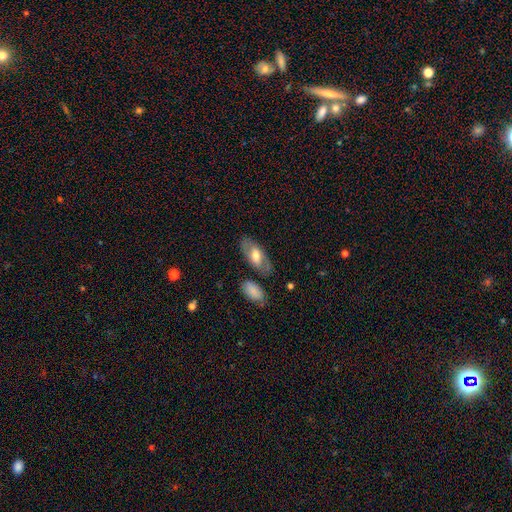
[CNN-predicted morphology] Smooth or featured?
  - smooth: 53% *
  - featured or disk: 41%
  - star or artifact: 6%
How rounded?
  - in between: 88% *
  - cigar-shaped: 8%
  - round: 4%
Merging?
  - none: 77% *
  - minor disturbance: 13%
  - merger: 5%
  - major disturbance: 4%